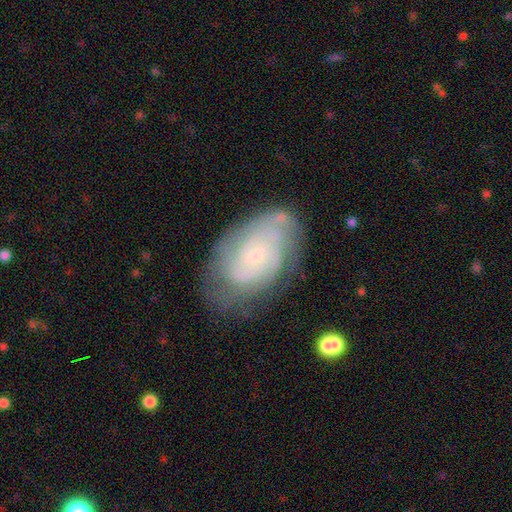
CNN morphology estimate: Overall: featured or disk (76%). Edge-on disk: no (96%). Bar: no (73%). Spiral arms: yes (93%). Spiral arm count: can't tell (40%; 2 25%). Spiral winding: tight (64%; medium 28%). Bulge size: small (80%). Merging: none (69%).